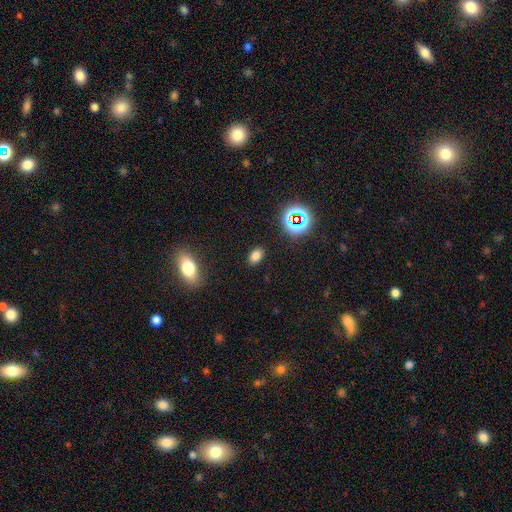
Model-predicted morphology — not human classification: smooth_or_featured: smooth (p=0.74) [alt: star or artifact p=0.19]
how_rounded: in between (p=0.85) [alt: round p=0.13]
merging: none (p=0.87) [alt: minor disturbance p=0.09]